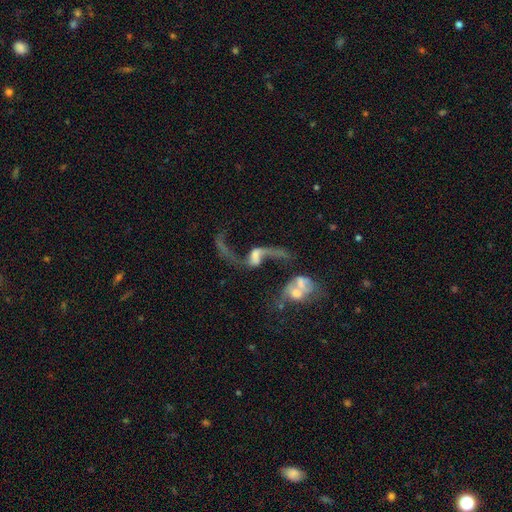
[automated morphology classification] This appears to be a featured or disk galaxy (82%) with no bar (39%), 2 (89%) loose (94%) spiral arms (88%) and no central bulge (34%). Merging: merger (41%).